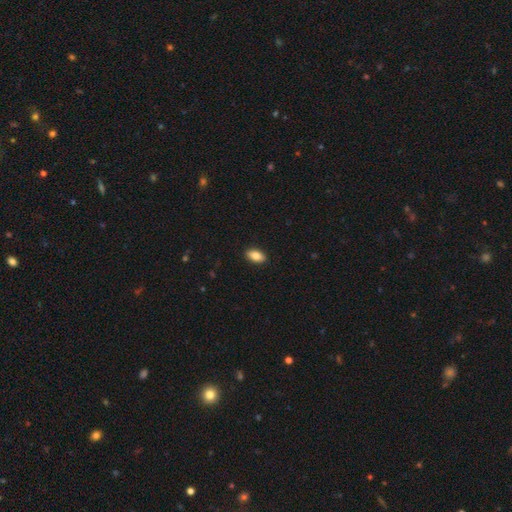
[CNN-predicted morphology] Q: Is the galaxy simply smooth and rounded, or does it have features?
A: smooth — 86%.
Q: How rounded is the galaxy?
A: in between — 92%.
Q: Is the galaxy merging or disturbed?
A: none — 90%.